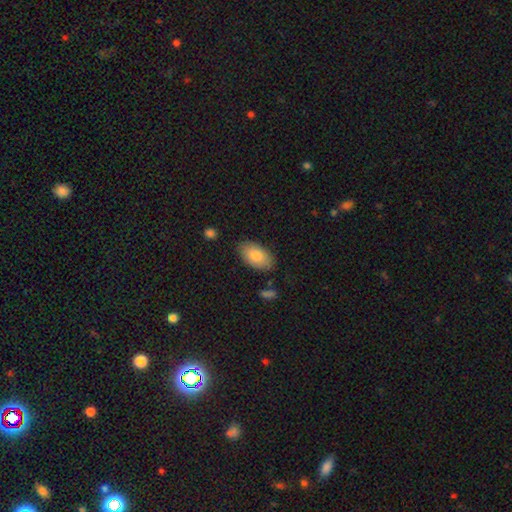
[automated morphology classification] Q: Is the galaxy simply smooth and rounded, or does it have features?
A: smooth — 84%.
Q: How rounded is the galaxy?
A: in between — 94%.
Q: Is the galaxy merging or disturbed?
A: none — 82%.